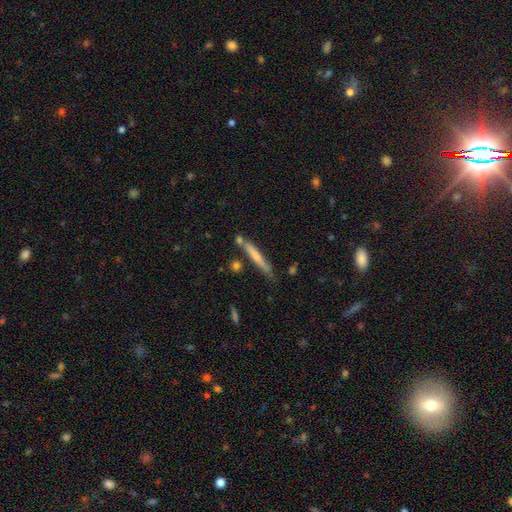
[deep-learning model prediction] smooth 59%, featured or disk 35%, star or artifact 6%. Down the decision tree: how rounded — cigar-shaped (95%); merging — none (68%).